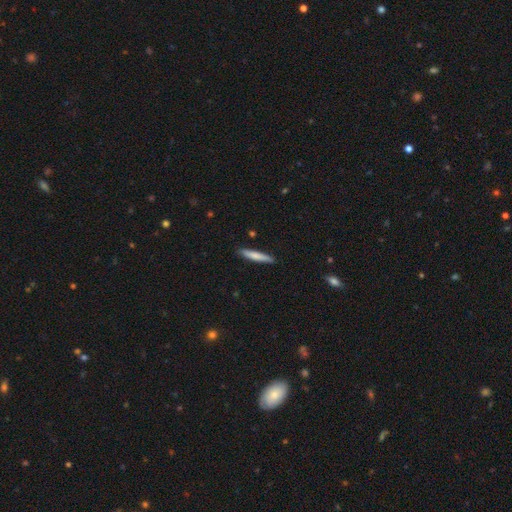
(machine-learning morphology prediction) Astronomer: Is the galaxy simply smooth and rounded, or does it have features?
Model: smooth — 75%.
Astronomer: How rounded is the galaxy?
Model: cigar-shaped — 93%.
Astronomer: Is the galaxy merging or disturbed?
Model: none — 89%.